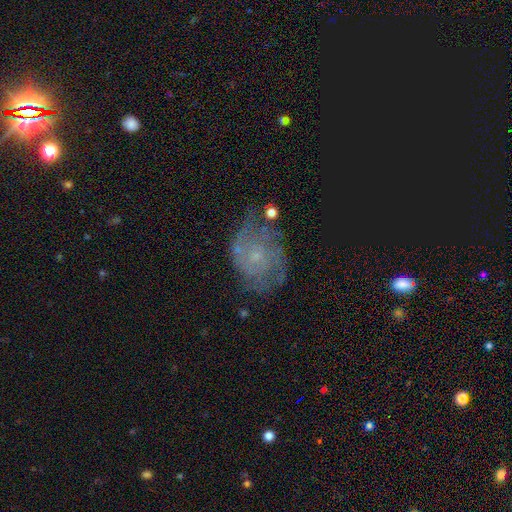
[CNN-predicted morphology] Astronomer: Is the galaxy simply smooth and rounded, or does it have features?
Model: featured or disk — 68%.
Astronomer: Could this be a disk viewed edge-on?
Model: no — 97%.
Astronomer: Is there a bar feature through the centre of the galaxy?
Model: no — 76%.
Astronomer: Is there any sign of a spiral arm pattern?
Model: yes — 85%.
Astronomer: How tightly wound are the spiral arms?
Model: tight — 49% (runner-up: medium, 37%).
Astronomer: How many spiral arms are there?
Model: can't tell — 38% (runner-up: 2, 33%).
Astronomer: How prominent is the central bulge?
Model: small — 75%.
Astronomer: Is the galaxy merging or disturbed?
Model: none — 61%.